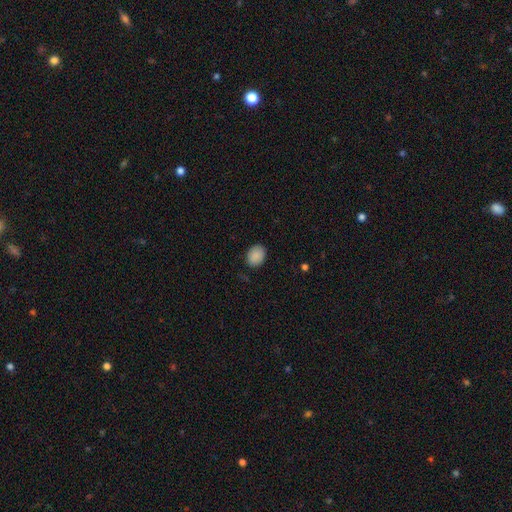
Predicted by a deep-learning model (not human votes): This appears to be a smooth galaxy with no disk features (89%) that is in between round and cigar-shaped (61%). Merging: none (85%).